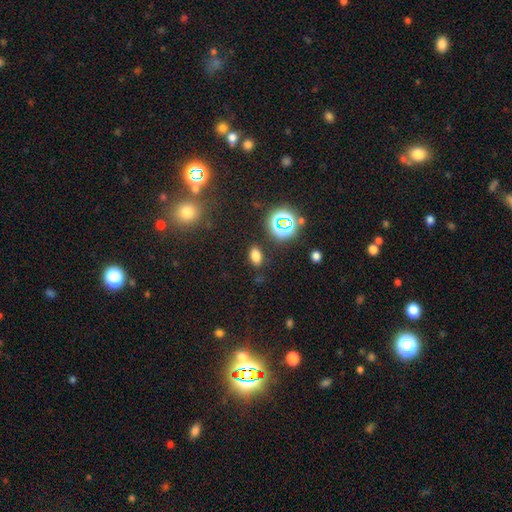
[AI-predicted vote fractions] Q: Smooth or featured?
A: smooth (73%); runner-up: star or artifact (21%)
Q: How rounded?
A: in between (84%); runner-up: round (13%)
Q: Merging?
A: none (86%); runner-up: minor disturbance (9%)